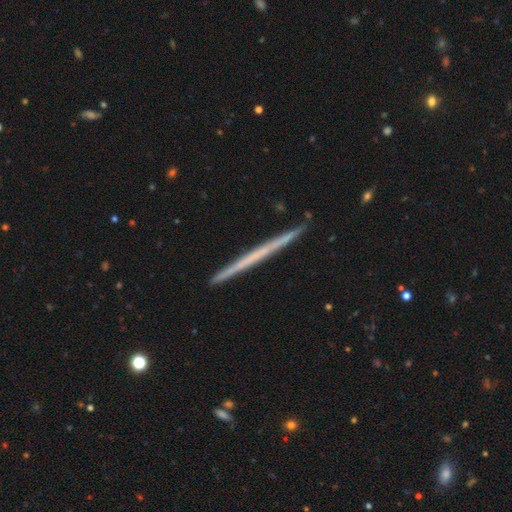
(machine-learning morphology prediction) smooth-or-featured: featured or disk: 56% | smooth: 38% | star or artifact: 6%
  disk-edge-on: yes: 98% | no: 2%
    edge-on-bulge: none: 93% | rounded: 5% | boxy: 2%
  merging: none: 91% | minor disturbance: 7% | merger: 1% | major disturbance: 1%